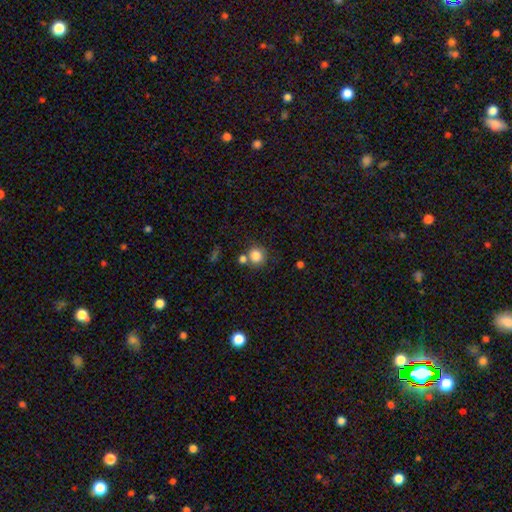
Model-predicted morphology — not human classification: Q: Smooth or featured?
A: smooth (83%); runner-up: star or artifact (10%)
Q: How rounded?
A: round (87%); runner-up: in between (12%)
Q: Merging?
A: none (64%); runner-up: merger (22%)